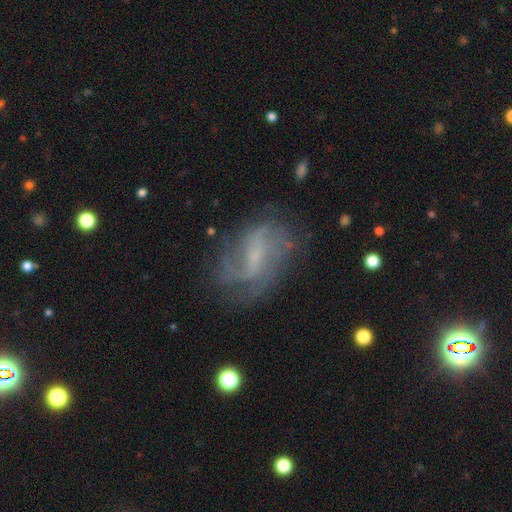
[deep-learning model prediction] Smooth or featured? featured or disk (76%)
Edge-on disk? no (96%)
Bar? weak (53%)
Spiral arms? yes (85%)
Spiral winding? loose (40%)
Spiral arm count? 2 (40%)
Bulge size? small (54%)
Merging? none (61%)